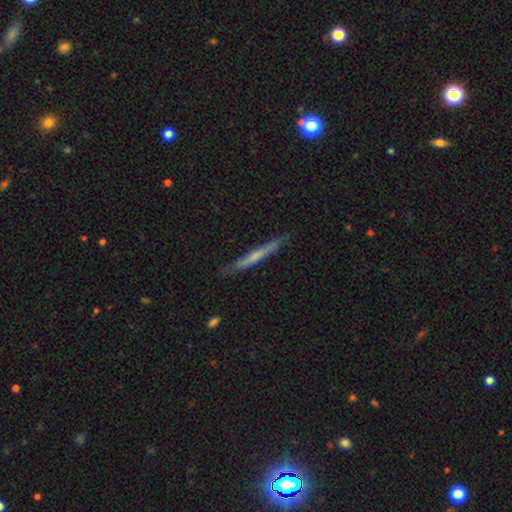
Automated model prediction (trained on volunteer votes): Smooth or featured? Predicted: featured or disk (p=0.51). Edge-on disk? Predicted: yes (p=0.94). Merging? Predicted: none (p=0.82).